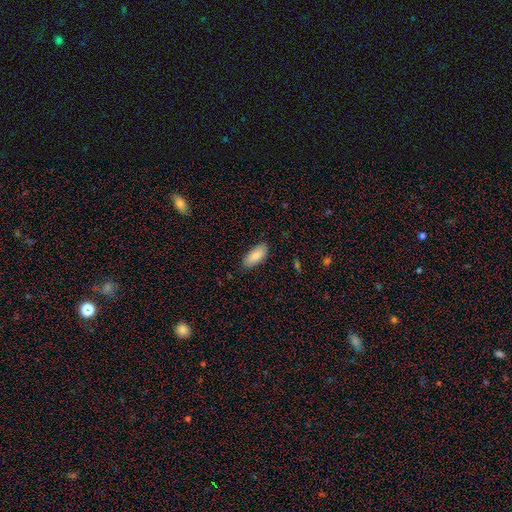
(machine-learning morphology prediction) Smooth or featured? smooth (86%)
How rounded? in between (87%)
Merging? none (84%)